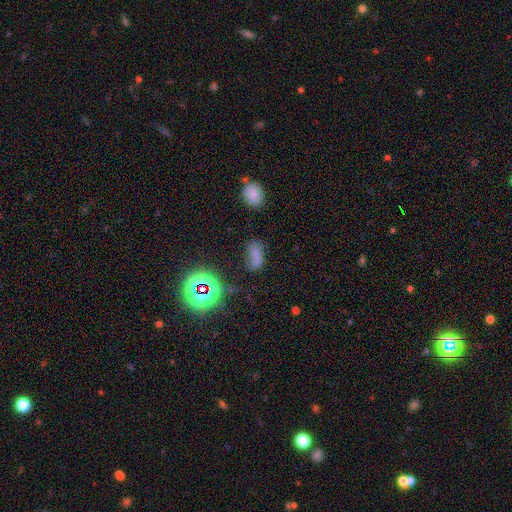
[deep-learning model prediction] smooth 62%, star or artifact 26%, featured or disk 13%. Down the decision tree: how rounded — in between (80%); merging — none (53%).